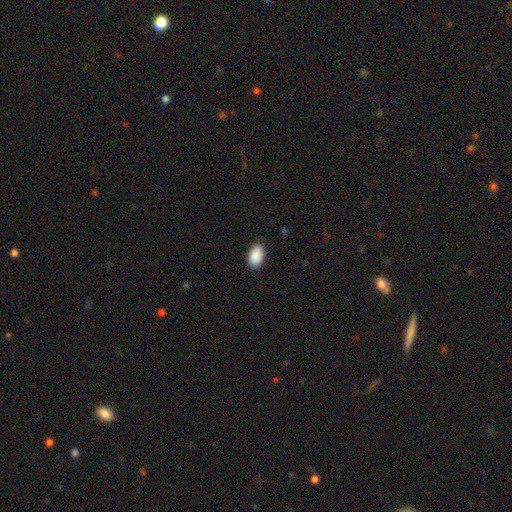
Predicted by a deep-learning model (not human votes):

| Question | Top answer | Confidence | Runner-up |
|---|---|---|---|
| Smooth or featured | smooth | 91% | star or artifact (6%) |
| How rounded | in between | 94% | round (5%) |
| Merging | none | 89% | minor disturbance (9%) |